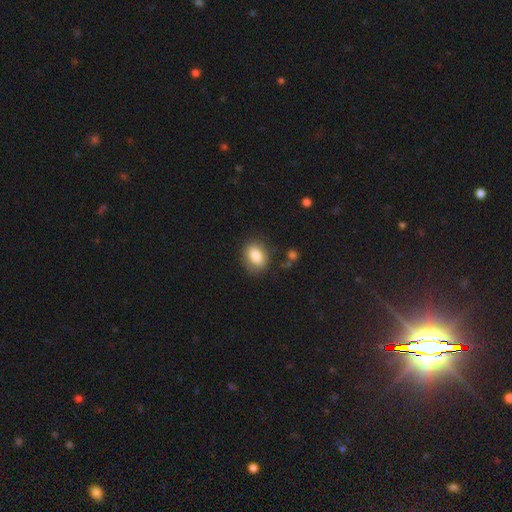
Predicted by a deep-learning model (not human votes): This is clearly a smooth galaxy (84%). How rounded: likely in between (73%). Merging: clearly none (80%).